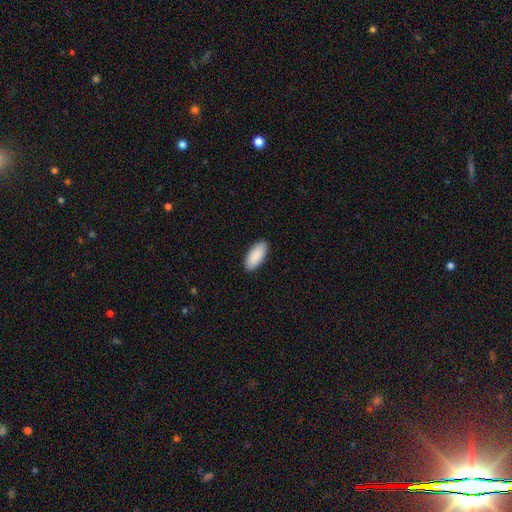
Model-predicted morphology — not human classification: Smooth or featured?
  - smooth: 92% *
  - star or artifact: 5%
  - featured or disk: 3%
How rounded?
  - in between: 91% *
  - cigar-shaped: 8%
  - round: 2%
Merging?
  - none: 90% *
  - minor disturbance: 8%
  - major disturbance: 2%
  - merger: 1%